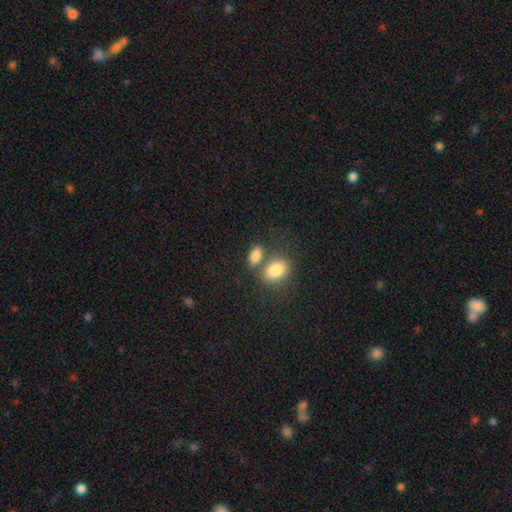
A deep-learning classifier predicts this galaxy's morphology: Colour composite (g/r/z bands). It shows a smooth galaxy with no disk features (85%) that is in between round and cigar-shaped (88%). Merging: none (46%).